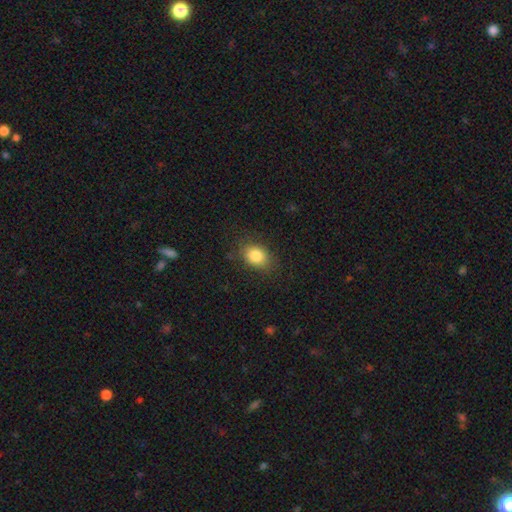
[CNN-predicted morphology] This appears to be a smooth galaxy with no disk features (84%) that is in between round and cigar-shaped (64%). Merging: none (81%).